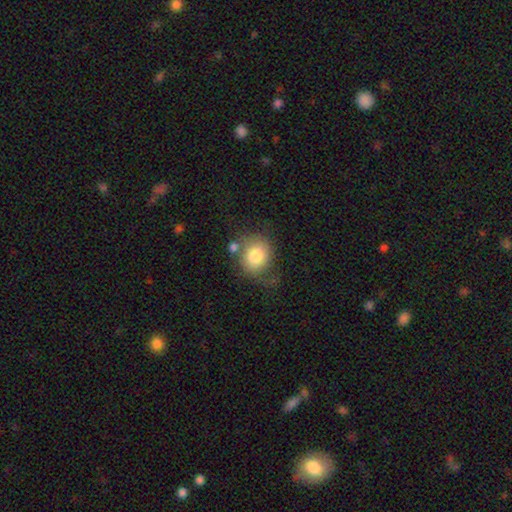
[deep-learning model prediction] The model was most divided on "merging": none: 51%, minor disturbance: 23%, major disturbance: 14%, merger: 12%. More confident: smooth or featured — smooth (76%); how rounded — round (68%).